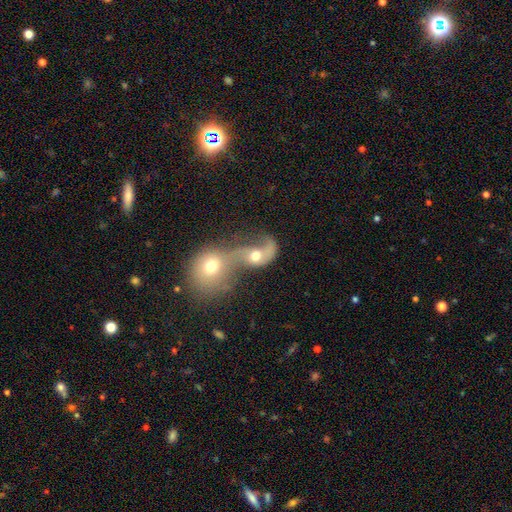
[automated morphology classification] Q: Smooth or featured?
A: featured or disk (49%); runner-up: smooth (41%)
Q: Merging?
A: merger (82%); runner-up: none (8%)